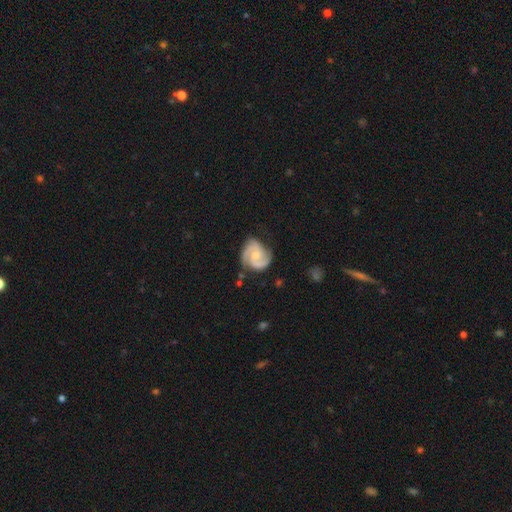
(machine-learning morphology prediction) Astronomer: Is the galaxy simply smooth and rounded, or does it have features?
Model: featured or disk — 87%.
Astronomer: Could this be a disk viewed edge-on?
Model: no — 98%.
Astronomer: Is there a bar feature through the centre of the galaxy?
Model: no — 59% (runner-up: weak, 34%).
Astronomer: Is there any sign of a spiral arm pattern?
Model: yes — 98%.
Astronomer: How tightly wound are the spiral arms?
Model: medium — 48% (runner-up: tight, 42%).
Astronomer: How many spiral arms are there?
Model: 2 — 77%.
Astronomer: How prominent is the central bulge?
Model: small — 48% (runner-up: moderate, 44%).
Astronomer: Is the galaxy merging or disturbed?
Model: none — 71%.